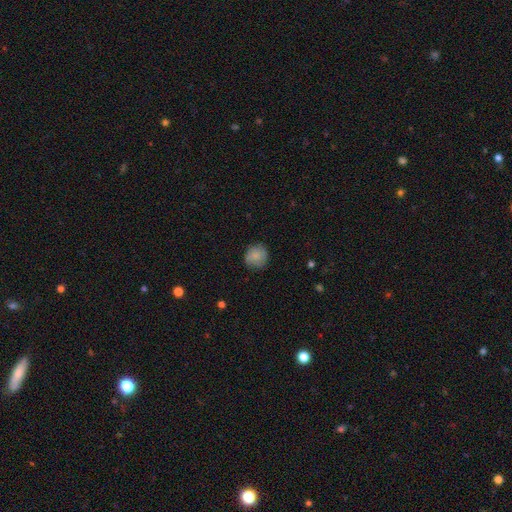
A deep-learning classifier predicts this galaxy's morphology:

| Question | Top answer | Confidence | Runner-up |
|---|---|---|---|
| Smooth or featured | smooth | 84% | featured or disk (8%) |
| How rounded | round | 90% | in between (9%) |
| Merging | none | 82% | minor disturbance (13%) |